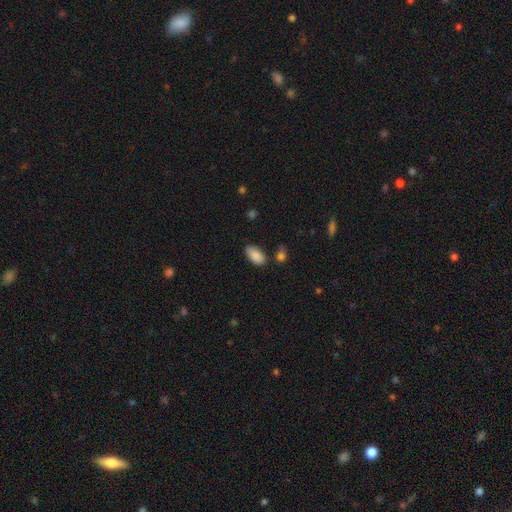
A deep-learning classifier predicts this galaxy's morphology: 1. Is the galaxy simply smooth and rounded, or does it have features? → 88% smooth, 7% star or artifact, 5% featured or disk.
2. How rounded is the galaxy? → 94% in between, 3% cigar-shaped, 3% round.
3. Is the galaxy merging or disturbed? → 72% none, 18% minor disturbance, 6% merger, 4% major disturbance.